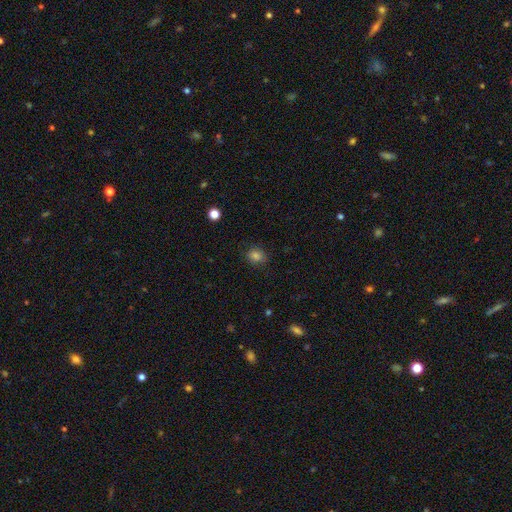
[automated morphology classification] Overall: smooth (83%). How rounded: round (65%; in between 34%). Merging: none (85%).